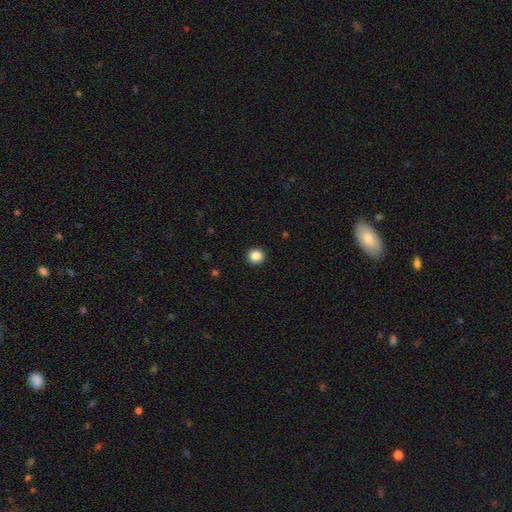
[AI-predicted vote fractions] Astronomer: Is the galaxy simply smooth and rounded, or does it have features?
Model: smooth — 87%.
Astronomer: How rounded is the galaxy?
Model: round — 92%.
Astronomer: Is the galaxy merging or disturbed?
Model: none — 93%.